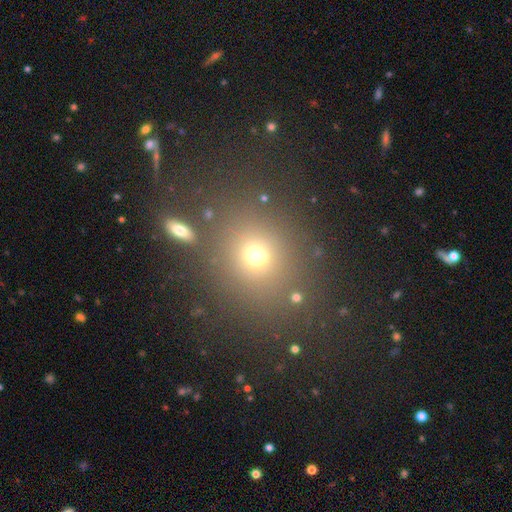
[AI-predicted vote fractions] Smooth or featured? Predicted: smooth (p=0.68). How rounded? Predicted: round (p=0.78). Merging? Predicted: none (p=0.77).